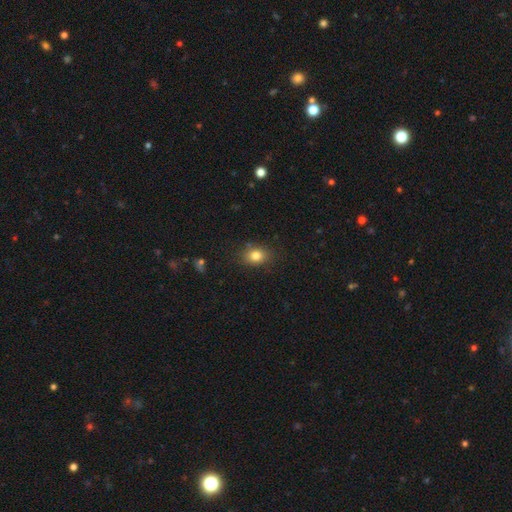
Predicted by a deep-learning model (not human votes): smooth_or_featured: smooth (p=0.81) [alt: star or artifact p=0.11]
how_rounded: in between (p=0.60) [alt: round p=0.39]
merging: none (p=0.82) [alt: minor disturbance p=0.13]